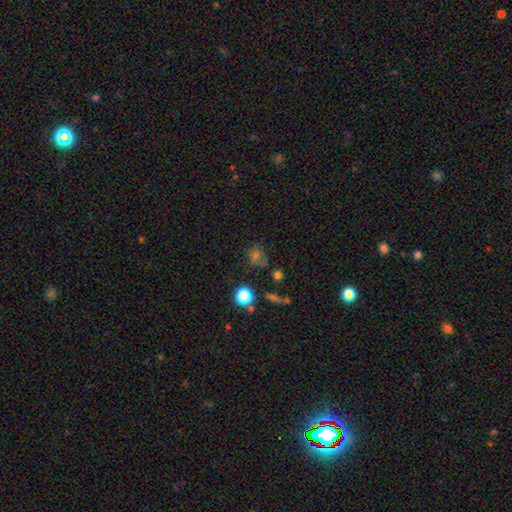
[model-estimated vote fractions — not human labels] smooth 56%, star or artifact 29%, featured or disk 15%. Down the decision tree: how rounded — round (75%); merging — none (60%).